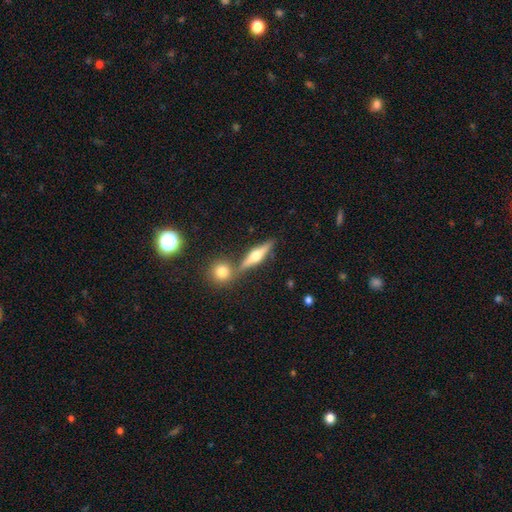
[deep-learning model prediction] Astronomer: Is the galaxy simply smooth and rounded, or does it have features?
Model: featured or disk — 63%.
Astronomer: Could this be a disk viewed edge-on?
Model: yes — 94%.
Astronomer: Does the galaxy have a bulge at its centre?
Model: rounded — 95%.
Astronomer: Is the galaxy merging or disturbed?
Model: none — 73%.